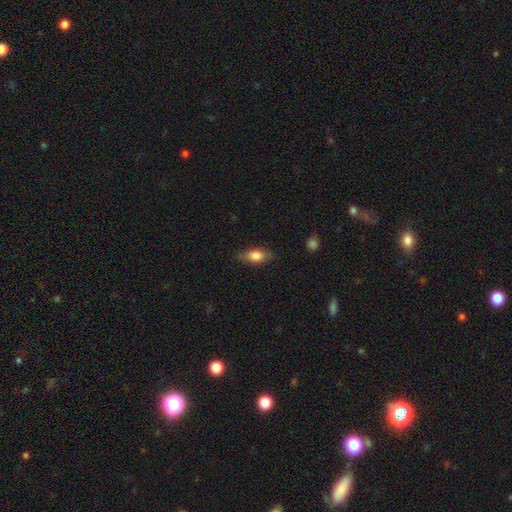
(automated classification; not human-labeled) This appears to be a smooth galaxy with no disk features (79%) that is in between round and cigar-shaped (82%). Merging: none (75%).